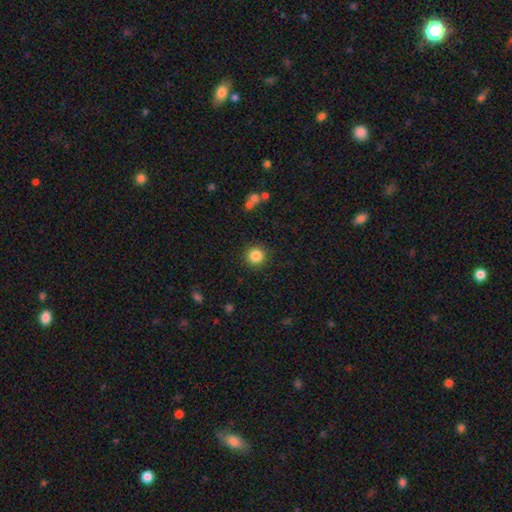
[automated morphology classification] Smooth or featured? Predicted: smooth (p=0.85). How rounded? Predicted: round (p=0.94). Merging? Predicted: none (p=0.90).